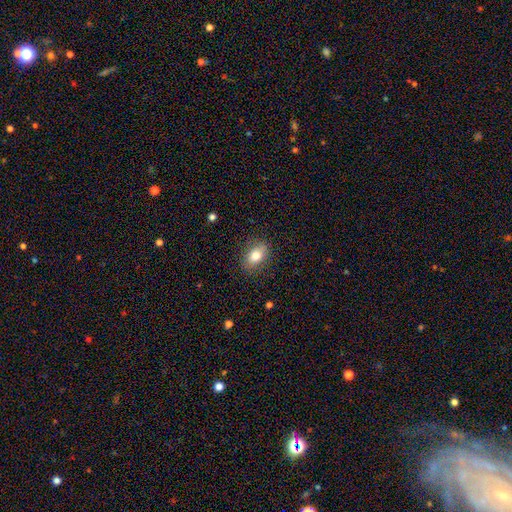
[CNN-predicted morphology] Smooth or featured? smooth (78%)
How rounded? in between (79%)
Merging? none (85%)